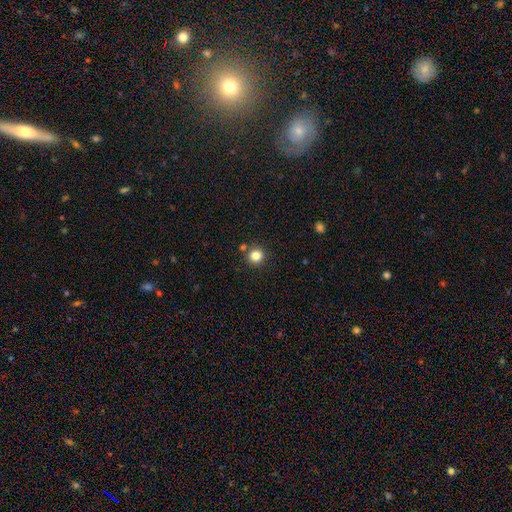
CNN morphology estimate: Smooth or featured? smooth (83%)
How rounded? round (93%)
Merging? none (85%)